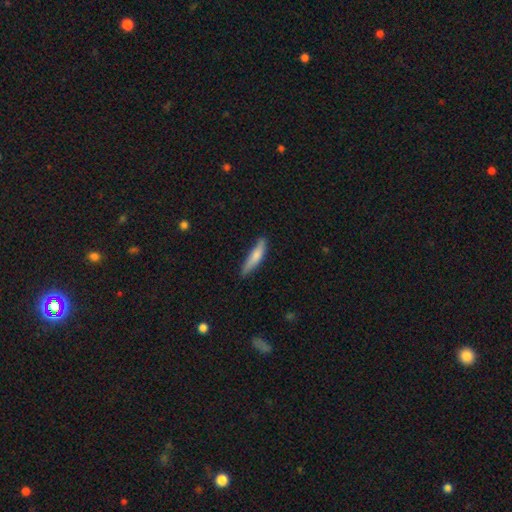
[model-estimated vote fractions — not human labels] smooth 73%, featured or disk 22%, star or artifact 6%. Down the decision tree: how rounded — cigar-shaped (82%); merging — none (75%).